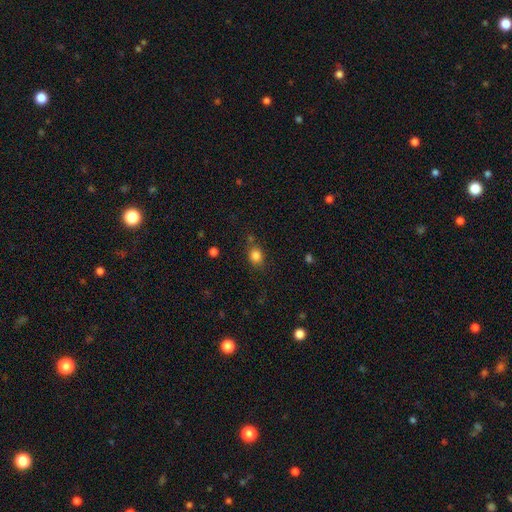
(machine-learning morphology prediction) Smooth or featured? smooth (83%)
How rounded? round (55%)
Merging? none (75%)